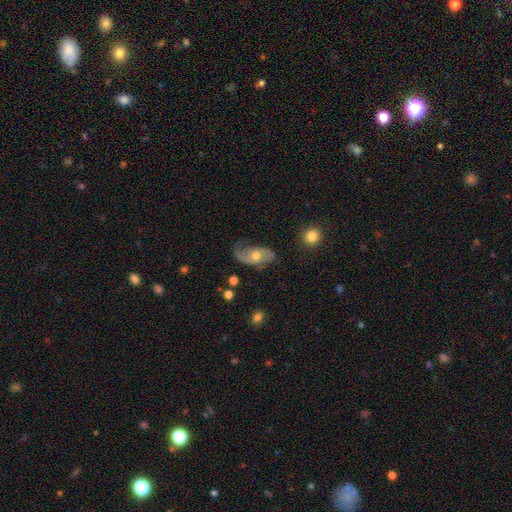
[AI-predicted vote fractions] Morphology: type=featured or disk (67%); edge-on=no (93%); bar=no (75%); spiral arms=yes (87%); winding=loose (54%); arm count=2 (64%); bulge=moderate (68%); merging=none (51%).